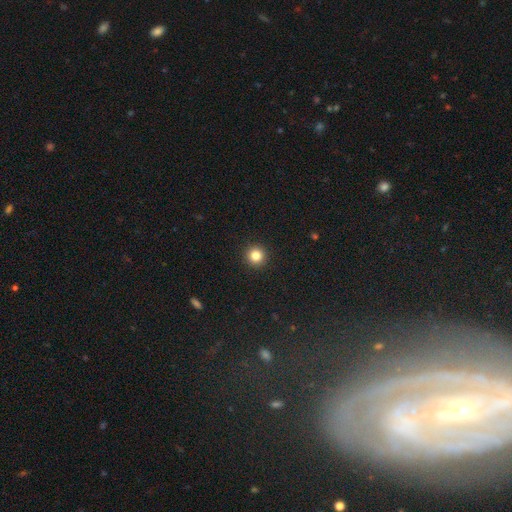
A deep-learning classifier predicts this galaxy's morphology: The model was most divided on "smooth or featured": smooth: 83%, star or artifact: 12%, featured or disk: 5%. More confident: how rounded — round (96%); merging — none (93%).